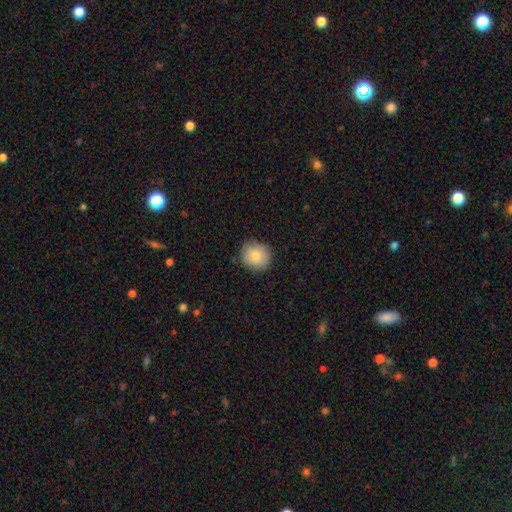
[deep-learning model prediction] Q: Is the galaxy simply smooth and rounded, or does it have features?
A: smooth — 82%.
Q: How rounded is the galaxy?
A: round — 83%.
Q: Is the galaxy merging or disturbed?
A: none — 81%.